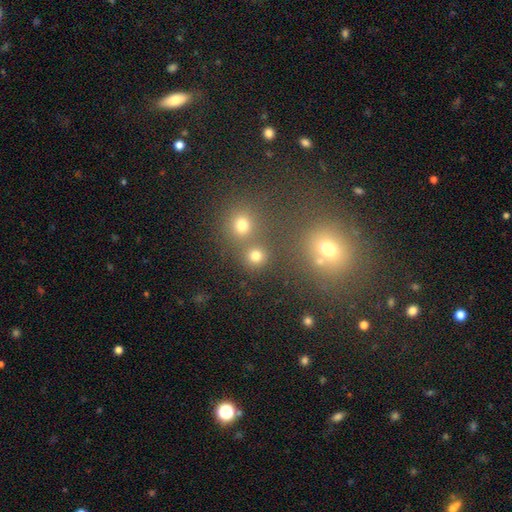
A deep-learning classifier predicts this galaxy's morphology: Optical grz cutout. It shows a smooth galaxy with no disk features (75%) that is round (90%). Merging: none (70%).